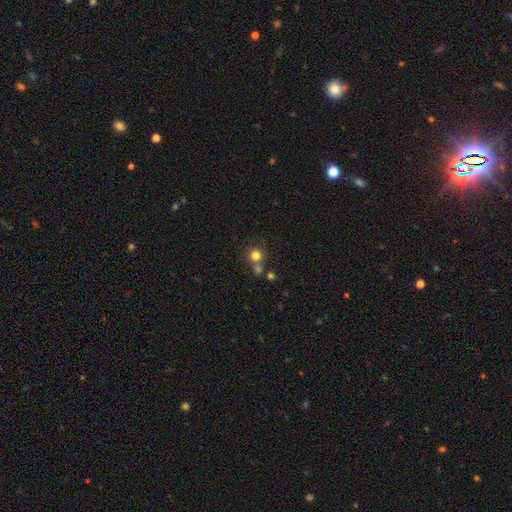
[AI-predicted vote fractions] This appears to be a smooth galaxy with no disk features (77%) that is round (92%). Merging: none (60%).